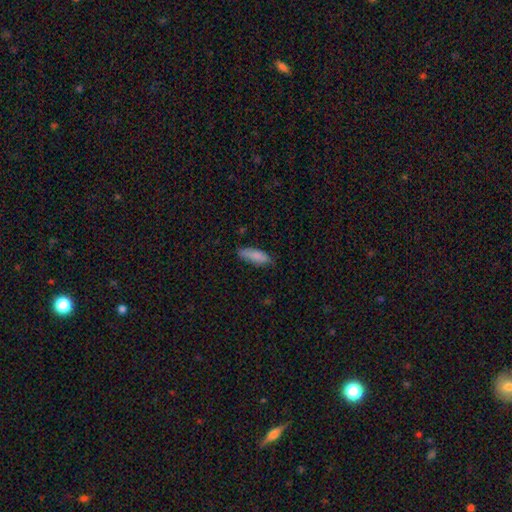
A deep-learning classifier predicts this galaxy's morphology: Smooth or featured? smooth (85%)
How rounded? in between (58%)
Merging? none (73%)